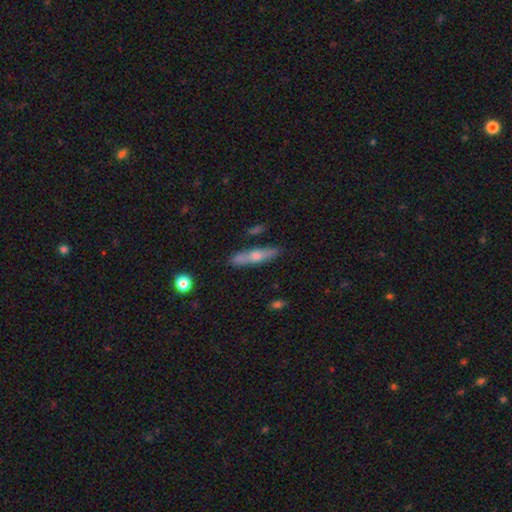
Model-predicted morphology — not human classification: type=featured or disk (47%); merging=none (80%).